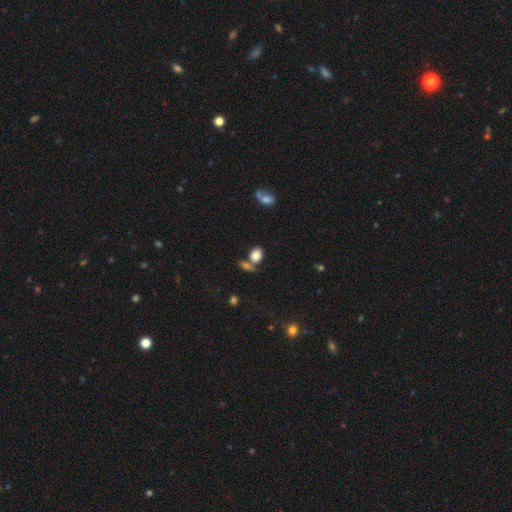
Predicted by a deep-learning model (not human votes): smooth_or_featured: smooth (p=0.82) [alt: star or artifact p=0.10]
how_rounded: in between (p=0.65) [alt: round p=0.33]
merging: none (p=0.53) [alt: merger p=0.30]